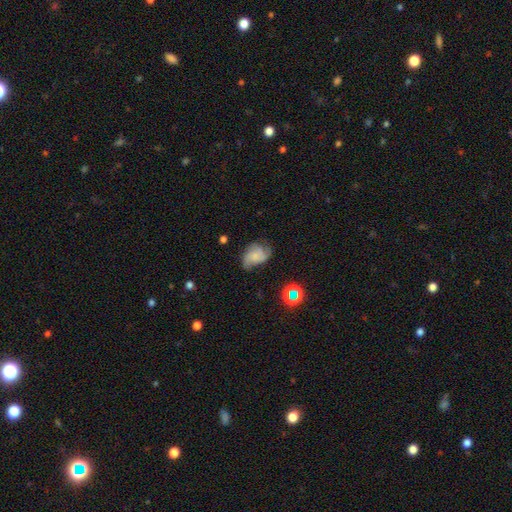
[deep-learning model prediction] smooth-or-featured: featured or disk: 50% | smooth: 38% | star or artifact: 12%
  disk-edge-on: no: 97% | yes: 3%
  merging: none: 49% | minor disturbance: 31% | major disturbance: 18% | merger: 2%